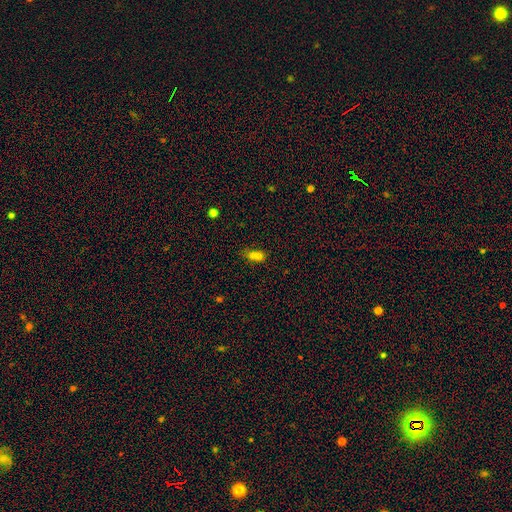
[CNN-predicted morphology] Smooth or featured? smooth (68%)
How rounded? in between (51%)
Merging? merger (63%)